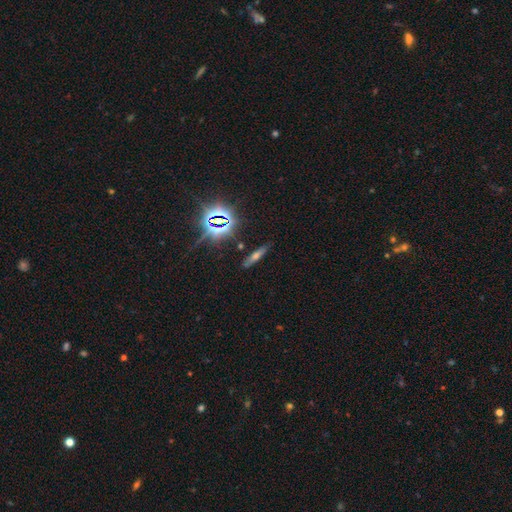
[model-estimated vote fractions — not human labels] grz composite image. It shows a featured or disk galaxy (34%, tied with smooth). Merging: none (86%).